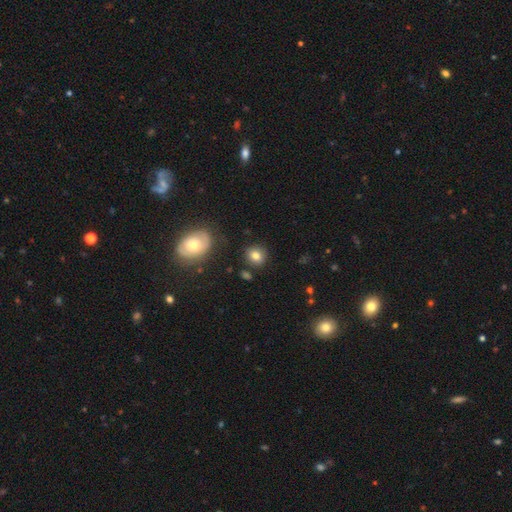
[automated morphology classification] A smooth galaxy with no disk features (80%) that is round (80%). Merging: none (85%).